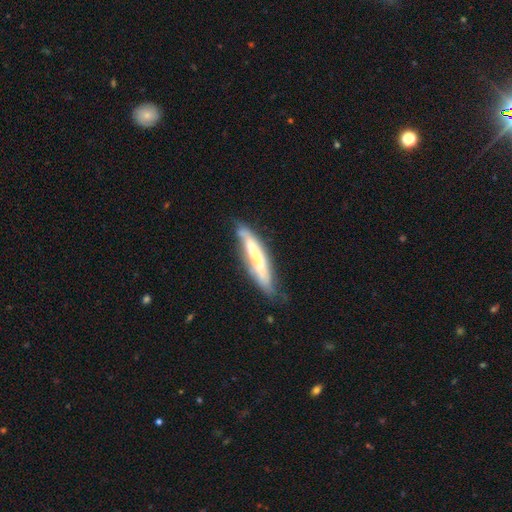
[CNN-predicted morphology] Smooth or featured? Predicted: featured or disk (p=0.54). Edge-on disk? Predicted: yes (p=0.69). Merging? Predicted: none (p=0.65).